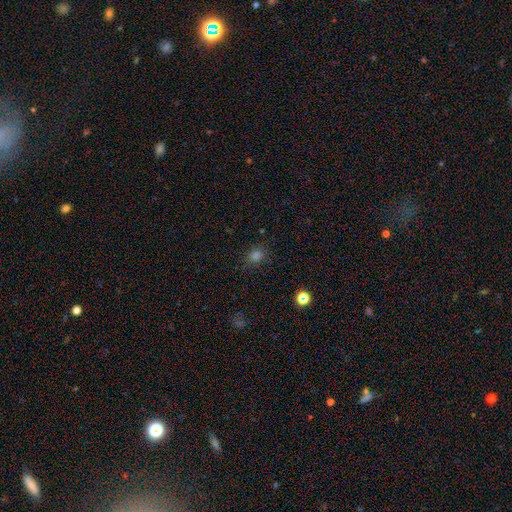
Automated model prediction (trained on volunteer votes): This appears to be a smooth galaxy with no disk features (75%) that is round (61%). Merging: none (82%).